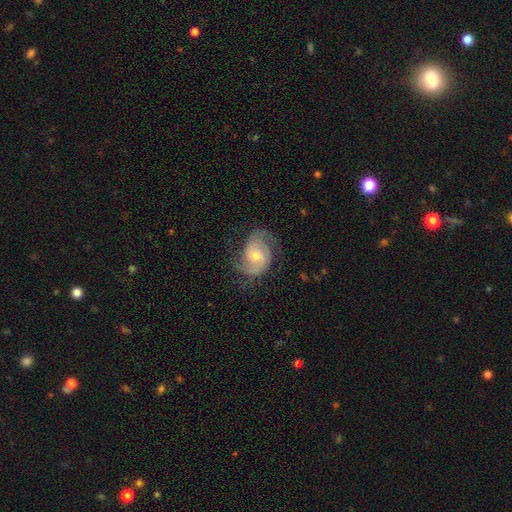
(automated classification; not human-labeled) Morphology: type=featured or disk (85%); edge-on=no (98%); bar=no (61%); spiral arms=yes (96%); winding=medium (49%); arm count=2 (81%); bulge=moderate (48%); merging=none (72%).